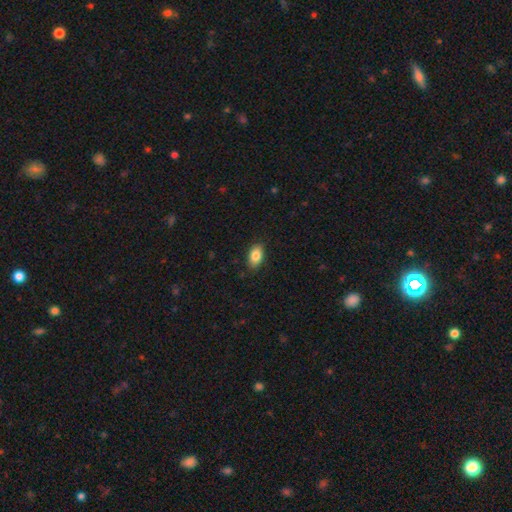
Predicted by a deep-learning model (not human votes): Smooth or featured?
  - smooth: 86% *
  - star or artifact: 7%
  - featured or disk: 7%
How rounded?
  - in between: 91% *
  - round: 7%
  - cigar-shaped: 2%
Merging?
  - none: 87% *
  - minor disturbance: 10%
  - major disturbance: 2%
  - merger: 1%